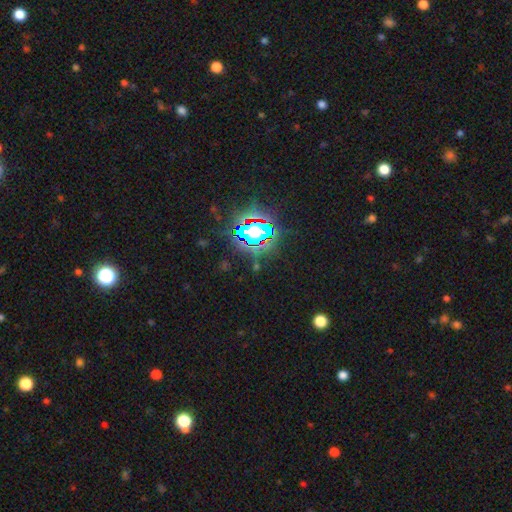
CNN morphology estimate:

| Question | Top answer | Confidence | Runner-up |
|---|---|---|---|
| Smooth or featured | star or artifact | 81% | smooth (12%) |